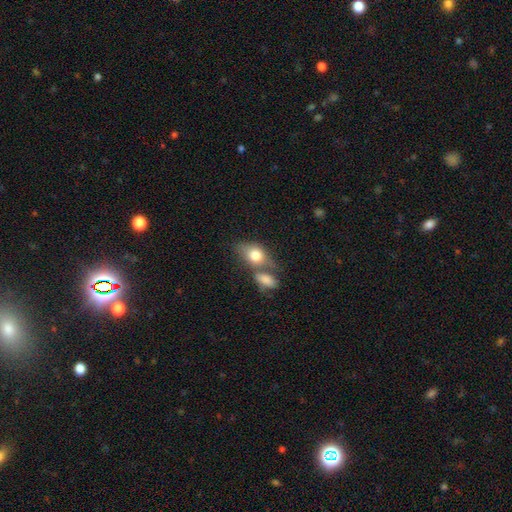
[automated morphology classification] smooth-or-featured: smooth: 74% | featured or disk: 19% | star or artifact: 7%
  how-rounded: in between: 76% | round: 20% | cigar-shaped: 4%
  merging: merger: 46% | none: 35% | minor disturbance: 12% | major disturbance: 7%